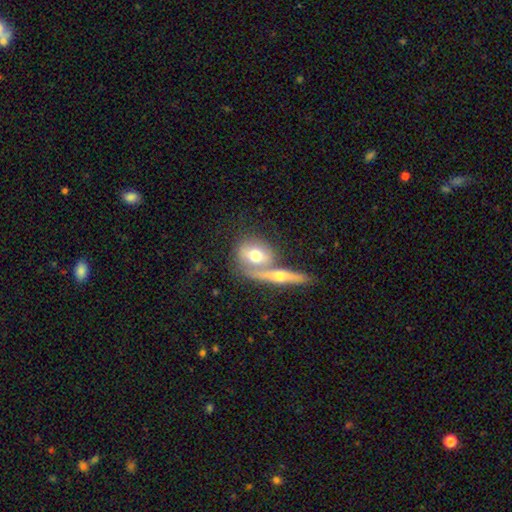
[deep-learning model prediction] This appears to be a smooth galaxy with no disk features (55%) that is round (56%). Merging: merger (43%).